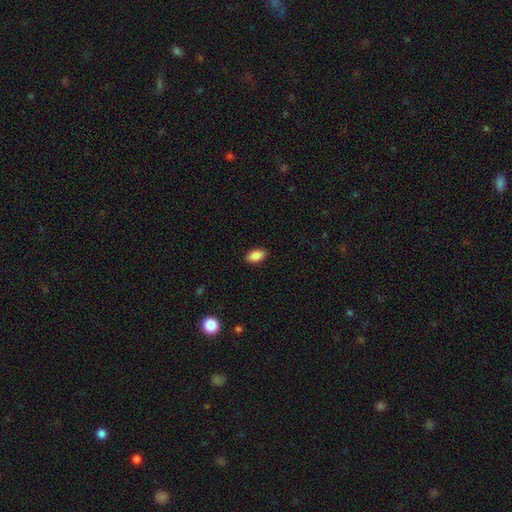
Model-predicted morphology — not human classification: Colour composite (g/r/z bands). It shows a smooth galaxy with no disk features (88%) that is in between round and cigar-shaped (93%). Merging: none (89%).